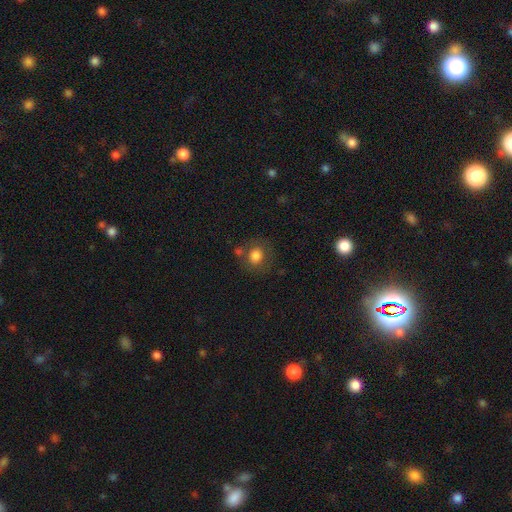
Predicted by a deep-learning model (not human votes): Overall: smooth (77%). How rounded: round (77%). Merging: none (68%).